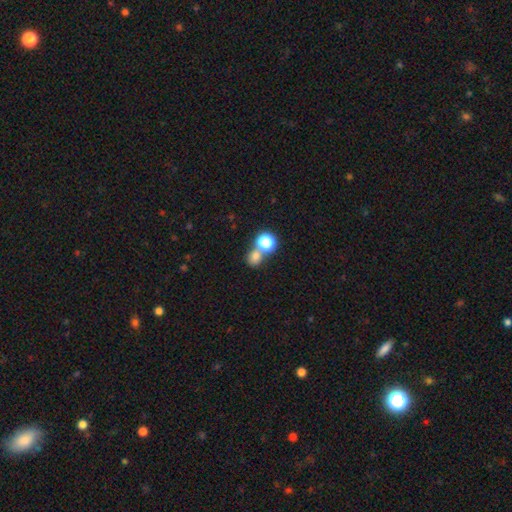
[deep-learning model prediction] The model was most divided on "merging": none: 51%, merger: 38%, minor disturbance: 7%, major disturbance: 3%. More confident: how rounded — round (79%); smooth or featured — smooth (73%).